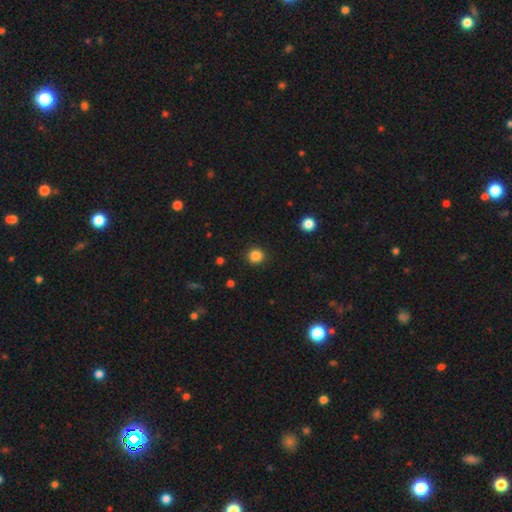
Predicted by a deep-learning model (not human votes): smooth_or_featured: smooth (p=0.86) [alt: star or artifact p=0.12]
how_rounded: round (p=0.93) [alt: in between p=0.06]
merging: none (p=0.91) [alt: minor disturbance p=0.06]